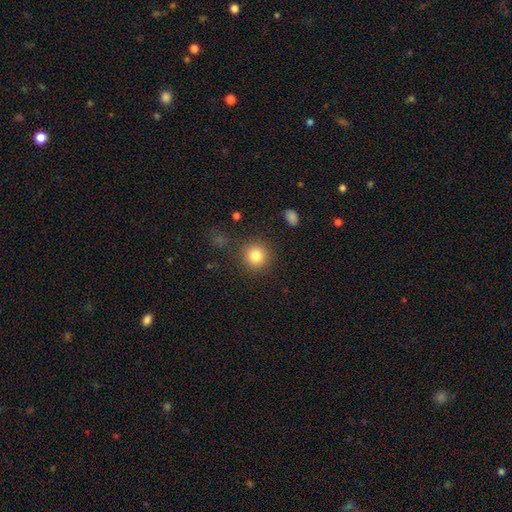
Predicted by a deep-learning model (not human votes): This appears to be a smooth galaxy with no disk features (83%) that is round (93%). Merging: none (86%).